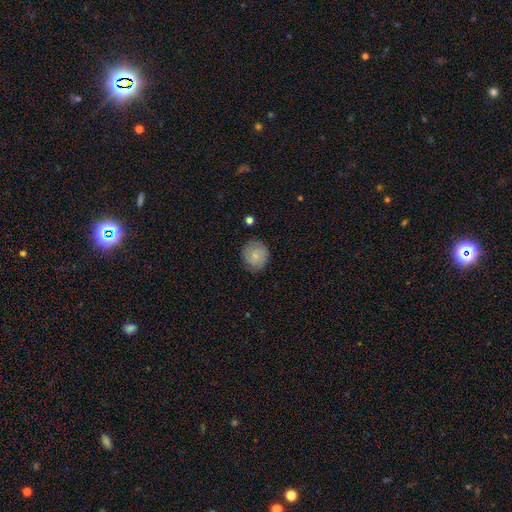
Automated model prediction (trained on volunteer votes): Morphology: type=smooth (73%); roundness=round (84%); merging=none (78%).